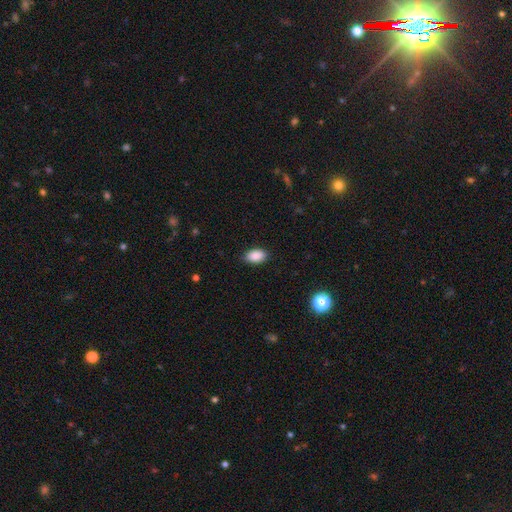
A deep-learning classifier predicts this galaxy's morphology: Q: Smooth or featured?
A: smooth (89%); runner-up: star or artifact (8%)
Q: How rounded?
A: in between (91%); runner-up: round (8%)
Q: Merging?
A: none (87%); runner-up: minor disturbance (10%)